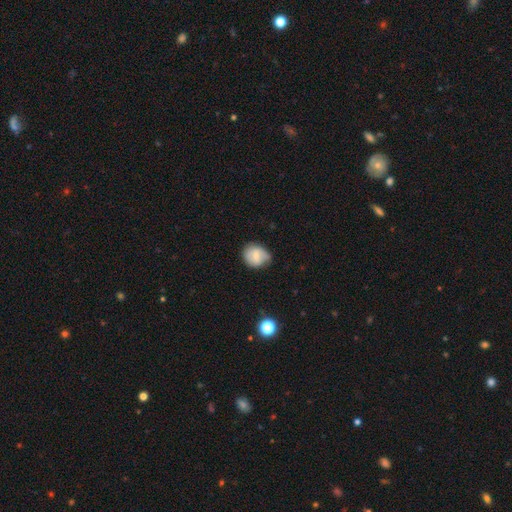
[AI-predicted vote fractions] This appears to be a smooth galaxy with no disk features (67%) that is round (68%). Merging: none (60%).